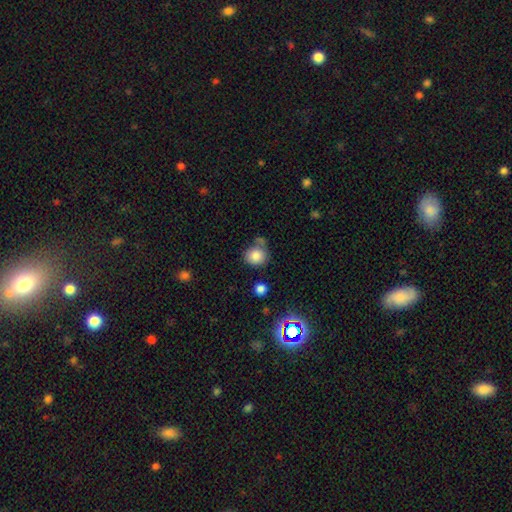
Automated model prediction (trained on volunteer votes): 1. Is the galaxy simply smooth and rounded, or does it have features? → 81% smooth, 11% star or artifact, 7% featured or disk.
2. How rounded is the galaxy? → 80% round, 19% in between, 1% cigar-shaped.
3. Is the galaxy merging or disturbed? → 60% none, 17% merger, 17% minor disturbance, 6% major disturbance.